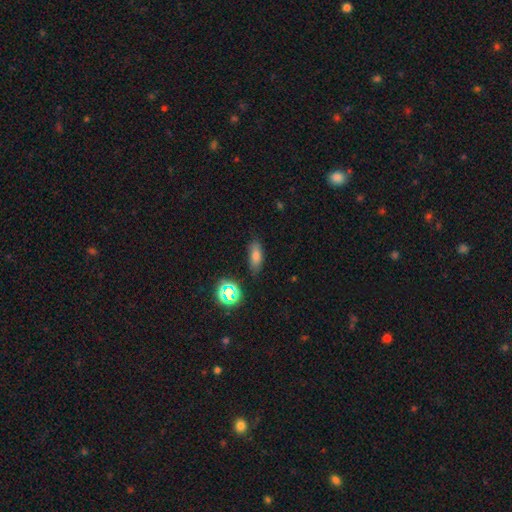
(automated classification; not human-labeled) Smooth or featured? Predicted: smooth (p=0.73). How rounded? Predicted: in between (p=0.74). Merging? Predicted: none (p=0.81).